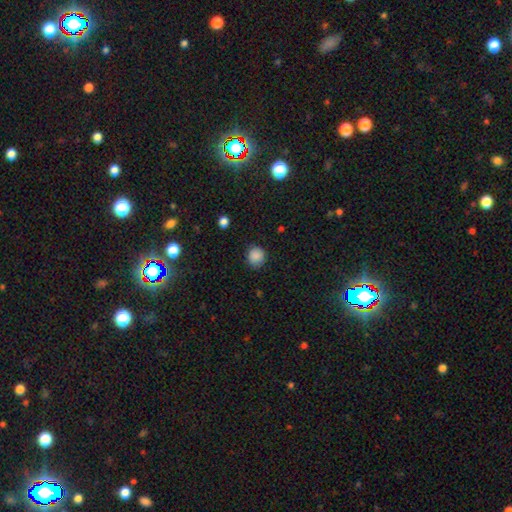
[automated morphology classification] Smooth or featured? Predicted: smooth (p=0.87). How rounded? Predicted: round (p=0.87). Merging? Predicted: none (p=0.85).